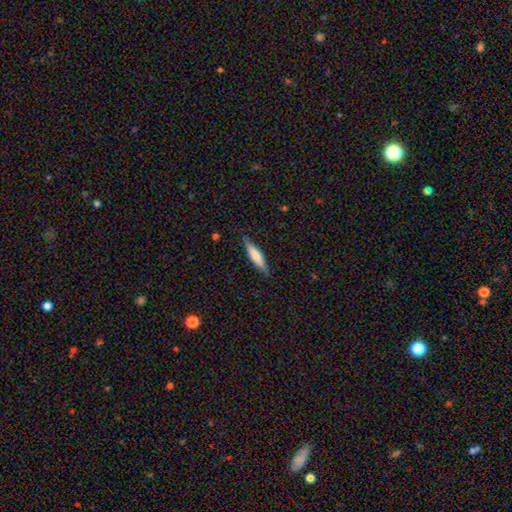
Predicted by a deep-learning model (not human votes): smooth_or_featured: smooth (p=0.68) [alt: featured or disk p=0.26]
how_rounded: cigar-shaped (p=0.82) [alt: in between p=0.17]
merging: none (p=0.85) [alt: minor disturbance p=0.11]